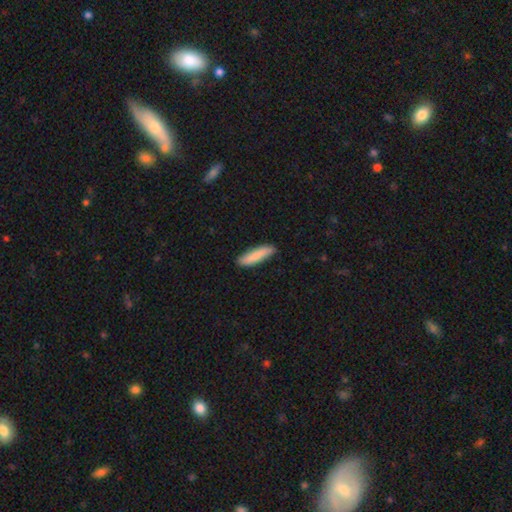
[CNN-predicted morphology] smooth_or_featured: smooth (p=0.84) [alt: featured or disk p=0.11]
how_rounded: cigar-shaped (p=0.79) [alt: in between p=0.19]
merging: none (p=0.86) [alt: minor disturbance p=0.11]